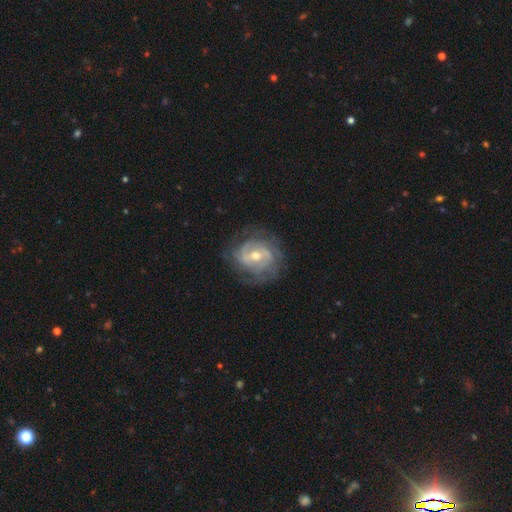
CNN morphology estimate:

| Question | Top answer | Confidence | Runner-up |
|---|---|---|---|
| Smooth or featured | featured or disk | 83% | smooth (11%) |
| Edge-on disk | no | 97% | yes (3%) |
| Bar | weak | 45% | no (34%) |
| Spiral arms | yes | 89% | no (11%) |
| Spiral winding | tight | 59% | medium (30%) |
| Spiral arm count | can't tell | 37% | 2 (29%) |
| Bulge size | moderate | 59% | small (37%) |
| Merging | none | 73% | minor disturbance (17%) |